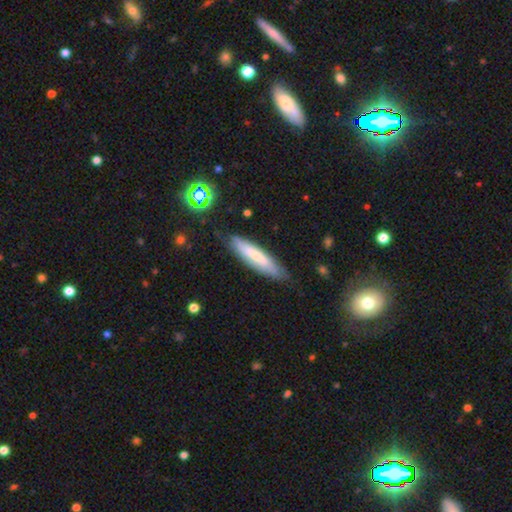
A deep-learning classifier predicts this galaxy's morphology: Smooth or featured: smooth — 57% (featured or disk — 36%)
How rounded: cigar-shaped — 79% (in between — 19%)
Merging: none — 77% (minor disturbance — 17%)